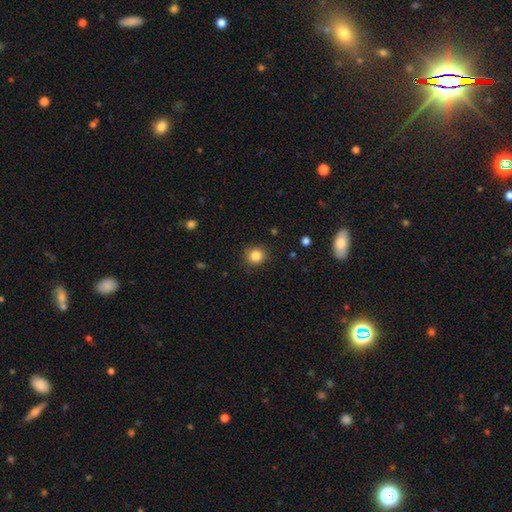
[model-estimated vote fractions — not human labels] smooth_or_featured: smooth (p=0.85) [alt: star or artifact p=0.11]
how_rounded: round (p=0.90) [alt: in between p=0.09]
merging: none (p=0.89) [alt: minor disturbance p=0.08]